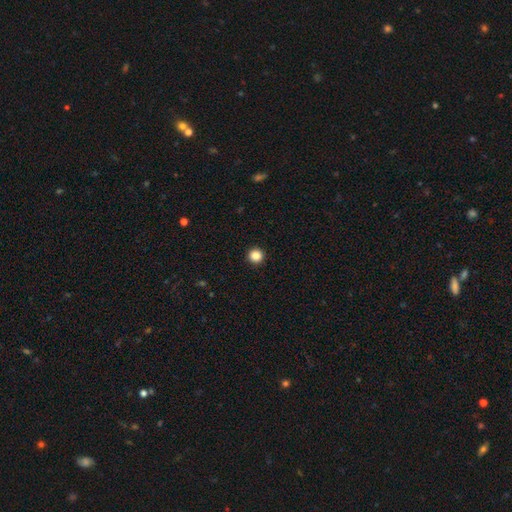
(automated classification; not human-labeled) A smooth galaxy with no disk features (87%) that is round (95%).

Vote fractions:
- Smooth or featured? smooth: 87% / star or artifact: 11% / featured or disk: 3%
- How rounded? round: 95% / in between: 4% / cigar-shaped: 1%
- Merging? none: 94% / minor disturbance: 4% / major disturbance: 1% / merger: 1%